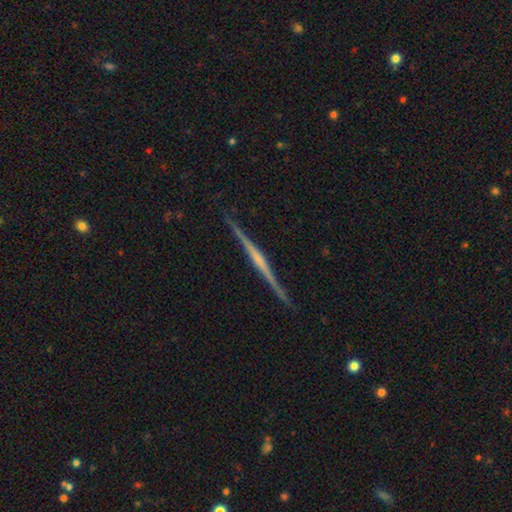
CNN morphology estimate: The model was most divided on "edge-on bulge": none: 46%, rounded: 37%, boxy: 17%. More confident: edge-on disk — yes (98%); merging — none (91%); smooth or featured — featured or disk (81%).